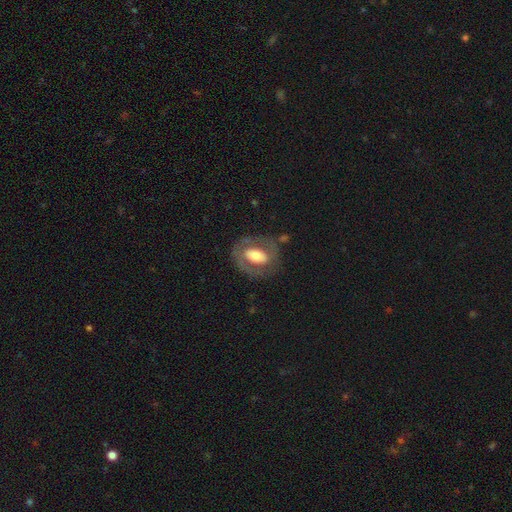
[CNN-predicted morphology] type=featured or disk (52%); edge-on=no (92%); merging=none (70%).